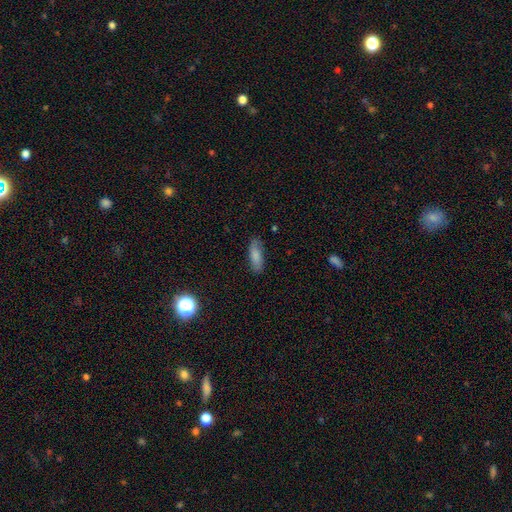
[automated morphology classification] Q: Smooth or featured?
A: smooth (82%); runner-up: featured or disk (11%)
Q: How rounded?
A: in between (58%); runner-up: cigar-shaped (40%)
Q: Merging?
A: none (82%); runner-up: minor disturbance (14%)